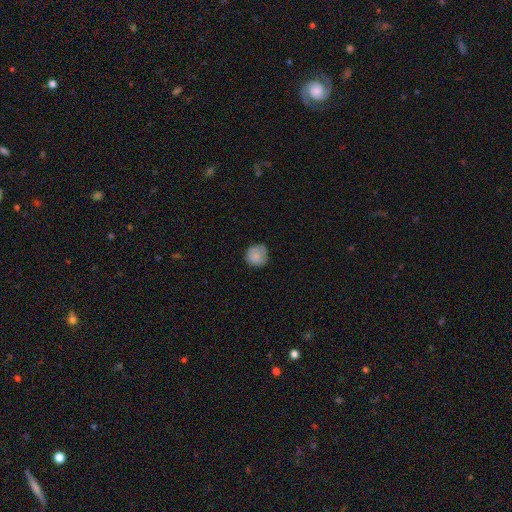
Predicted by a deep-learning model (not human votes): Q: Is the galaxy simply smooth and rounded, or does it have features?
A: smooth — 83%.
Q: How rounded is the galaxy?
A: round — 92%.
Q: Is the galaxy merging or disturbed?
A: none — 75%.